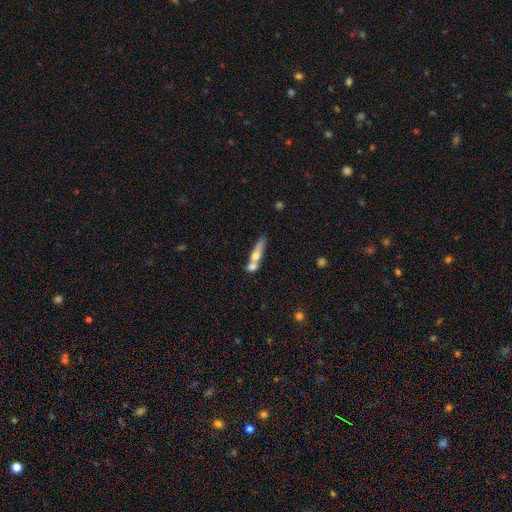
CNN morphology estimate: Smooth or featured?
  - smooth: 55% *
  - featured or disk: 38%
  - star or artifact: 7%
How rounded?
  - cigar-shaped: 75% *
  - in between: 21%
  - round: 4%
Merging?
  - merger: 47% *
  - none: 35%
  - minor disturbance: 12%
  - major disturbance: 6%